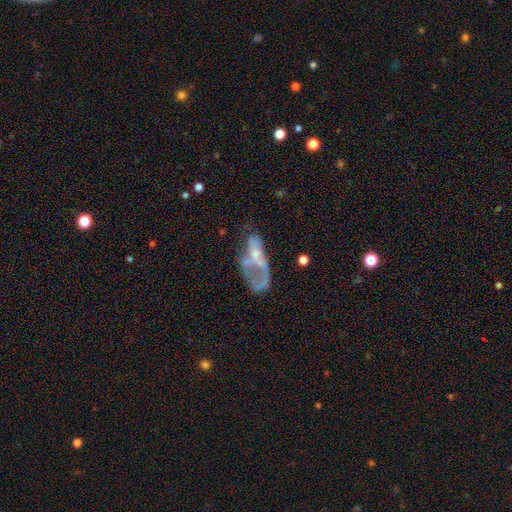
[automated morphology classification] Smooth or featured? featured or disk (55%)
Edge-on disk? no (93%)
Bar? no (82%)
Spiral arms? no (79%)
Bulge size? none (37%)
Merging? major disturbance (44%)